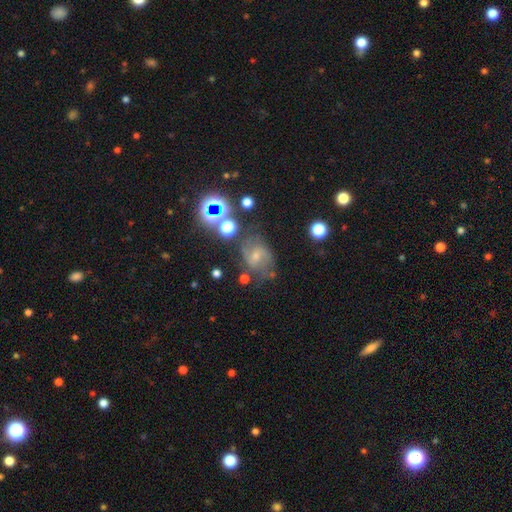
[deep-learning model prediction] Q: Smooth or featured?
A: featured or disk (53%); runner-up: smooth (27%)
Q: Edge-on disk?
A: no (96%); runner-up: yes (4%)
Q: Bar?
A: weak (47%); runner-up: no (38%)
Q: Spiral arms?
A: yes (84%); runner-up: no (16%)
Q: Bulge size?
A: small (47%); runner-up: moderate (40%)
Q: Merging?
A: none (56%); runner-up: minor disturbance (22%)